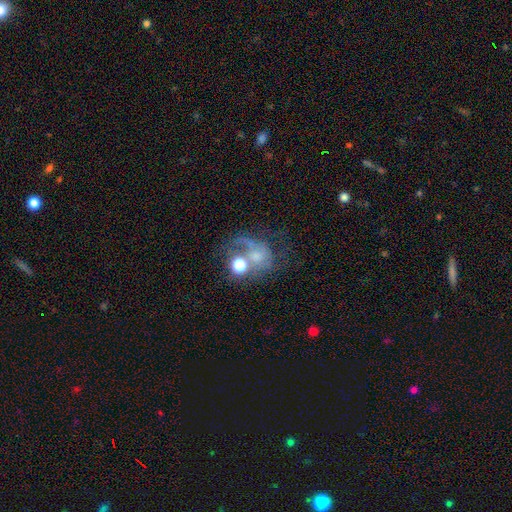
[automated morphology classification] smooth_or_featured: featured or disk (p=0.51) [alt: smooth p=0.32]
disk_edge_on: no (p=0.97) [alt: yes p=0.03]
merging: merger (p=0.31) [alt: none p=0.28]